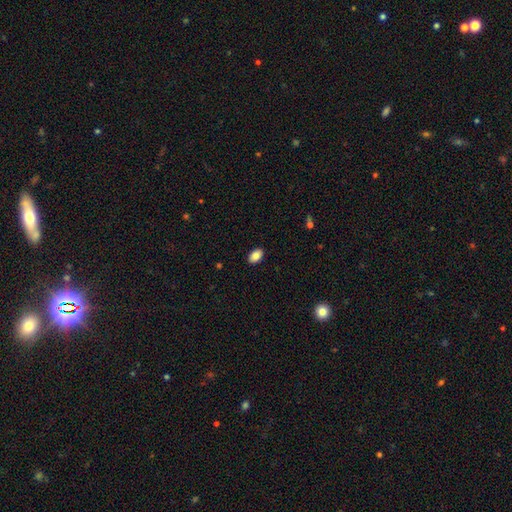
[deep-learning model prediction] smooth 85%, star or artifact 8%, featured or disk 7%. Down the decision tree: how rounded — in between (90%); merging — none (89%).